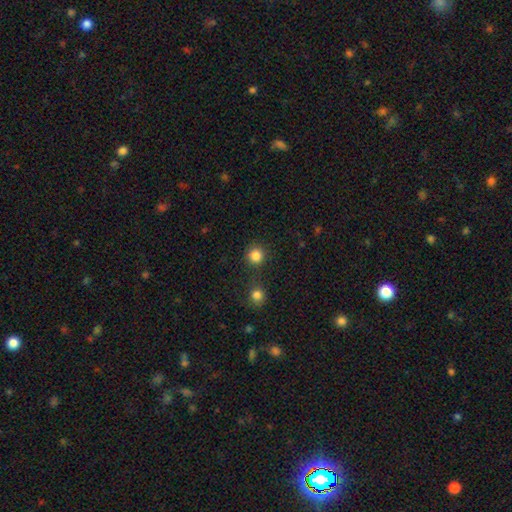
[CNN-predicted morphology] This is clearly a smooth galaxy (84%). How rounded: clearly round (93%). Merging: clearly none (82%).